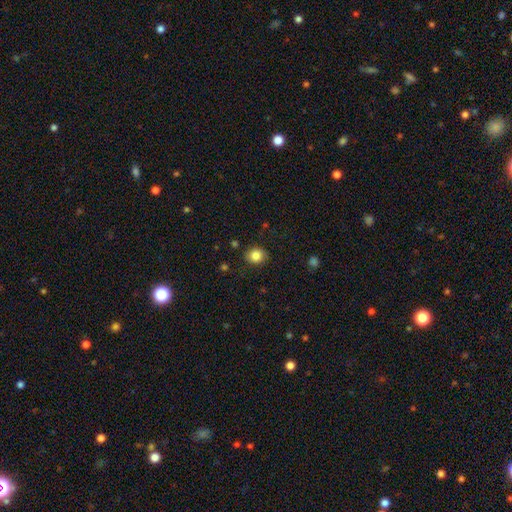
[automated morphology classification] type=smooth (85%); roundness=round (74%); merging=none (85%).